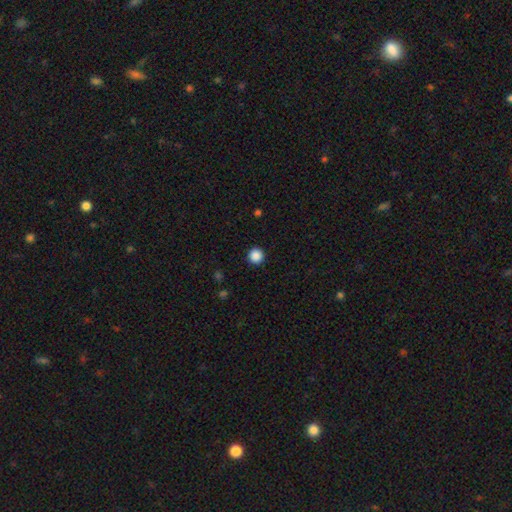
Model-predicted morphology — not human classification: Smooth or featured: smooth — 88% (star or artifact — 10%)
How rounded: round — 96% (in between — 3%)
Merging: none — 93% (minor disturbance — 4%)